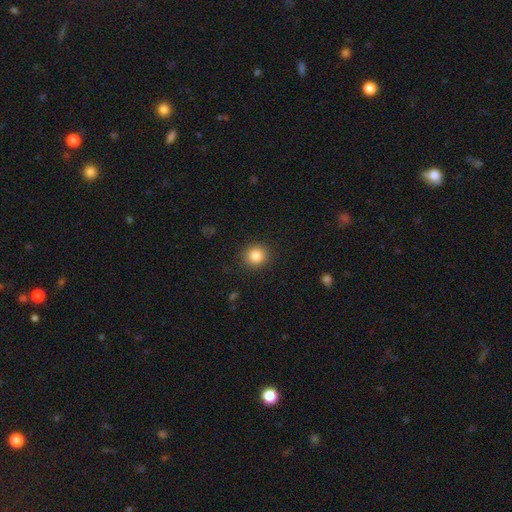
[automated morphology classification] This is clearly a smooth galaxy (85%). How rounded: clearly round (89%). Merging: clearly none (90%).